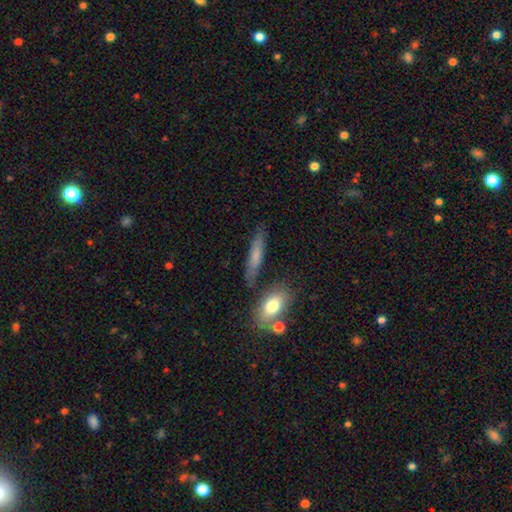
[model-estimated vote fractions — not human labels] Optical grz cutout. It shows a smooth galaxy with no disk features (66%) that is cigar-shaped (76%). Merging: none (75%).